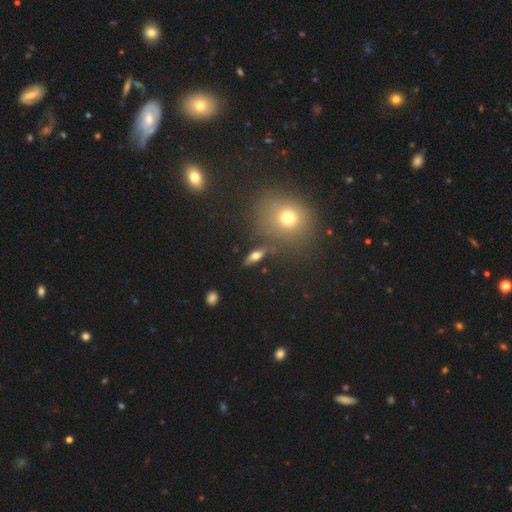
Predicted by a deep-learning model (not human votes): Smooth or featured? smooth (49%)
Merging? none (80%)